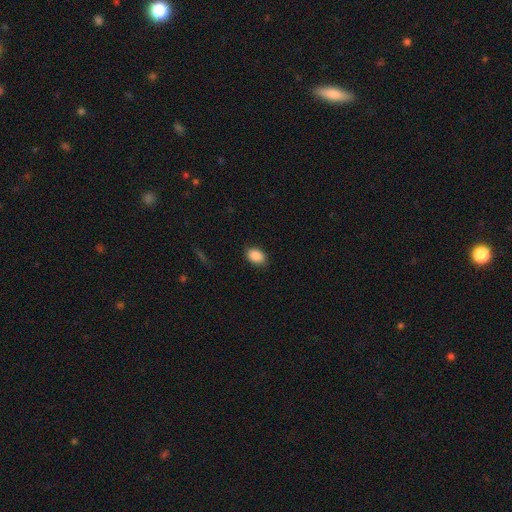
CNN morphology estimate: type=smooth (89%); roundness=in between (82%); merging=none (86%).